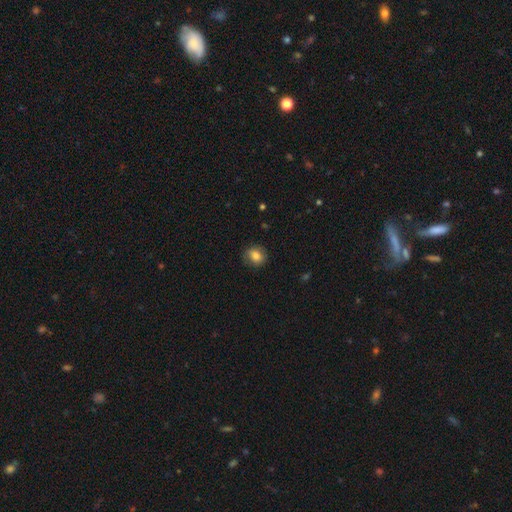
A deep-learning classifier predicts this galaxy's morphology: A smooth galaxy with no disk features (79%) that is round (68%). Merging: none (81%).